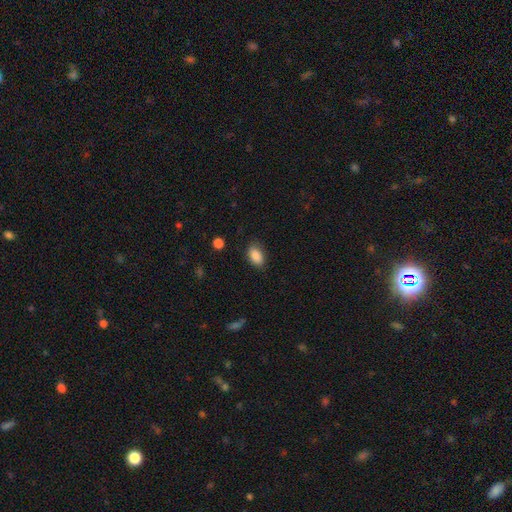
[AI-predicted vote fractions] This is clearly a smooth galaxy (88%). How rounded: clearly in between (91%). Merging: clearly none (81%).